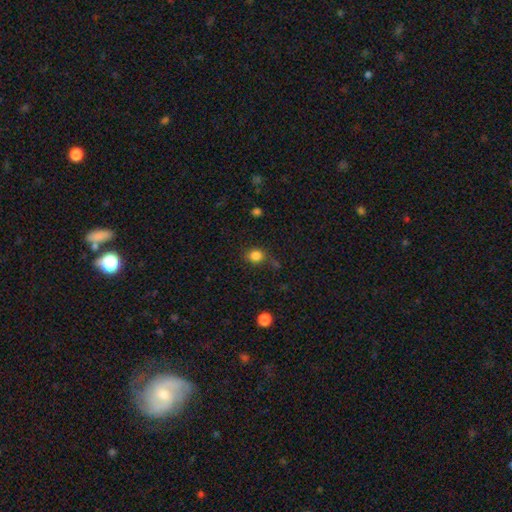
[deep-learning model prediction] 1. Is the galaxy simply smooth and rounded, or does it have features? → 83% smooth, 12% star or artifact, 5% featured or disk.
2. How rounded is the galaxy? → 75% round, 24% in between, 1% cigar-shaped.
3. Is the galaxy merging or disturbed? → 72% none, 17% minor disturbance, 6% major disturbance, 5% merger.